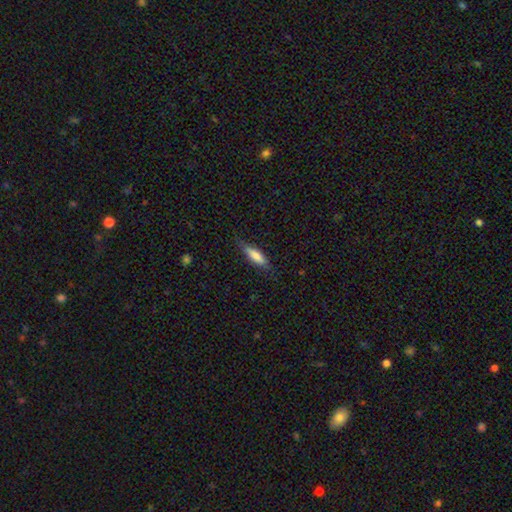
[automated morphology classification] type=smooth (78%); roundness=cigar-shaped (56%); merging=none (77%).